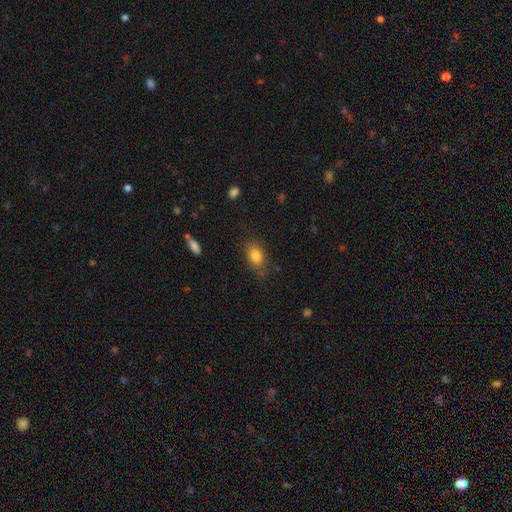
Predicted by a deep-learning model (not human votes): Smooth or featured? smooth (82%)
How rounded? in between (79%)
Merging? none (77%)